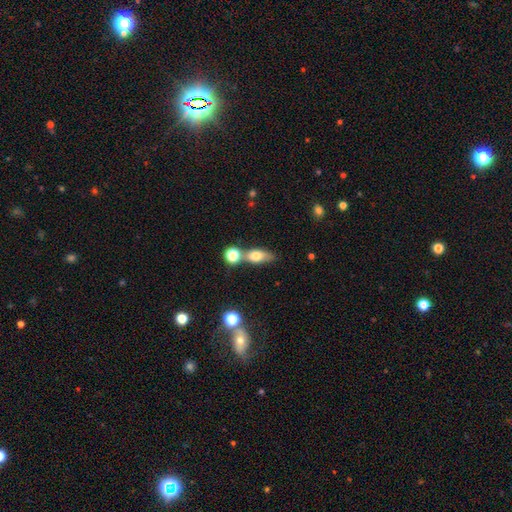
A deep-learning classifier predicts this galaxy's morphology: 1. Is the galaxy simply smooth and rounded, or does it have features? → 69% smooth, 20% featured or disk, 10% star or artifact.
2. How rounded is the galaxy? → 66% in between, 21% cigar-shaped, 13% round.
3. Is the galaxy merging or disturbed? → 49% none, 32% merger, 13% minor disturbance, 6% major disturbance.